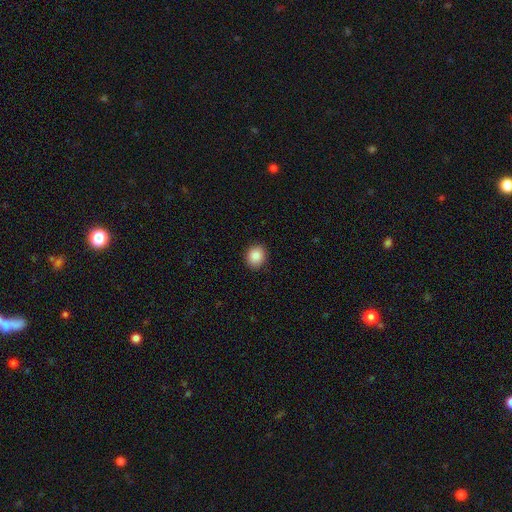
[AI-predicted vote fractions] A smooth galaxy with no disk features (87%) that is round (73%). Merging: none (90%).